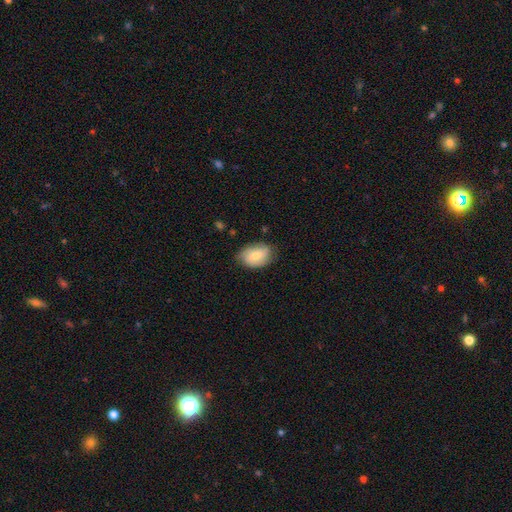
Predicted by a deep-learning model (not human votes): Smooth or featured: smooth — 63% (featured or disk — 31%)
How rounded: in between — 82% (round — 16%)
Merging: none — 72% (minor disturbance — 22%)